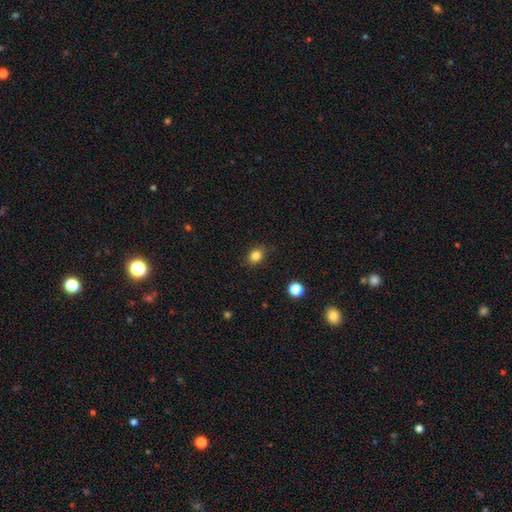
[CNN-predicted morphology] The model was most divided on "how rounded": round: 54%, in between: 45%, cigar-shaped: 1%. More confident: merging — none (83%); smooth or featured — smooth (83%).